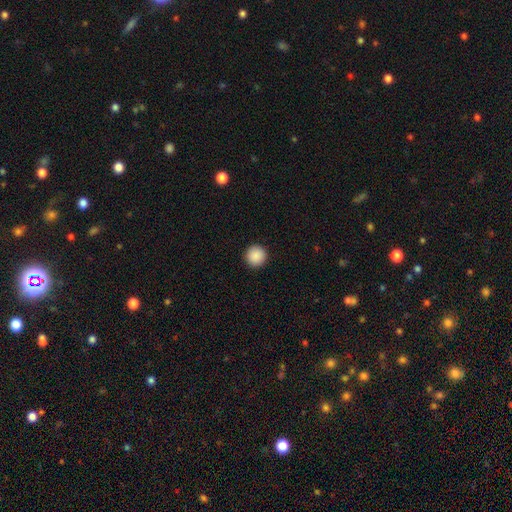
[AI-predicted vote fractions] Smooth or featured? Predicted: smooth (p=0.90). How rounded? Predicted: round (p=0.96). Merging? Predicted: none (p=0.94).